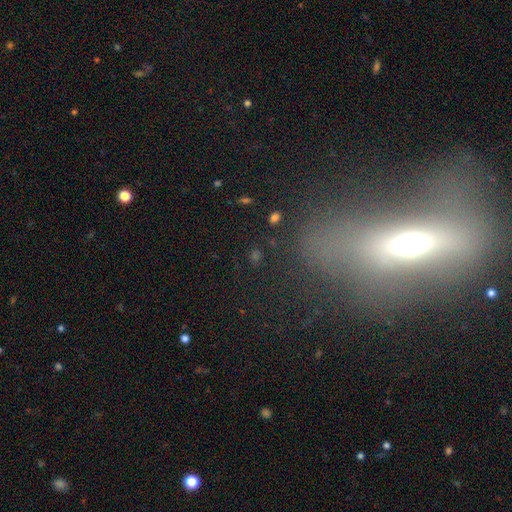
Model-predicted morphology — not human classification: smooth-or-featured: star or artifact: 47% | smooth: 36% | featured or disk: 17%